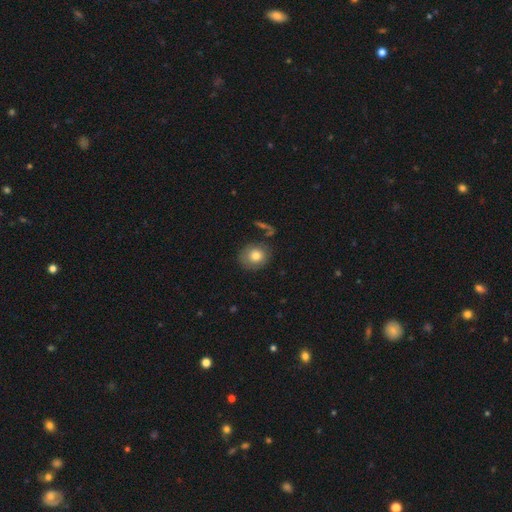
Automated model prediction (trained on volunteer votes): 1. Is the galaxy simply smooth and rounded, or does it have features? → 78% smooth, 14% featured or disk, 8% star or artifact.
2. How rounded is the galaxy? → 73% round, 26% in between, 1% cigar-shaped.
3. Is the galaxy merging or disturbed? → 74% none, 16% minor disturbance, 6% major disturbance, 5% merger.